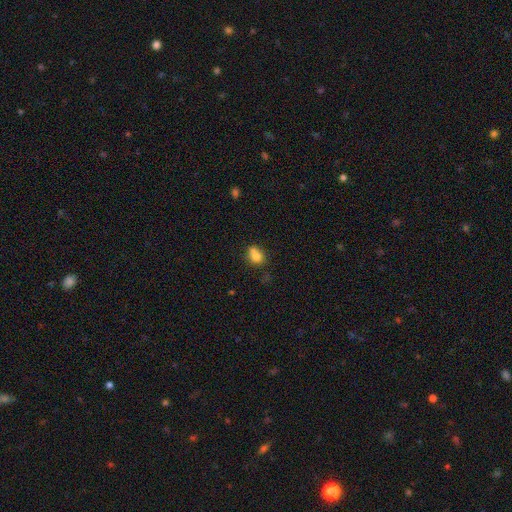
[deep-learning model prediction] Q: Smooth or featured?
A: smooth (76%); runner-up: featured or disk (13%)
Q: How rounded?
A: in between (50%); runner-up: round (48%)
Q: Merging?
A: none (42%); runner-up: merger (27%)